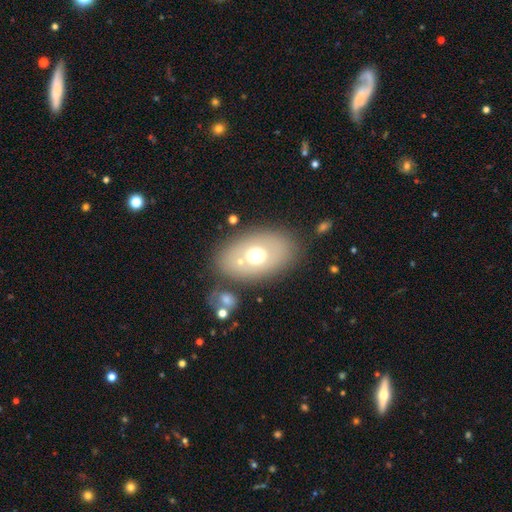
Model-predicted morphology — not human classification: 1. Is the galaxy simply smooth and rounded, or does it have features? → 60% smooth, 30% featured or disk, 10% star or artifact.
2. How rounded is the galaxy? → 82% in between, 17% round, 1% cigar-shaped.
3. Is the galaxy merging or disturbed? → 74% none, 12% minor disturbance, 8% merger, 6% major disturbance.